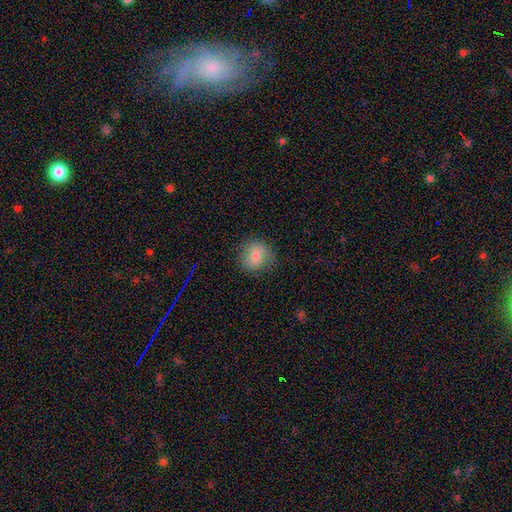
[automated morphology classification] Smooth or featured: smooth — 79% (featured or disk — 10%)
How rounded: round — 83% (in between — 16%)
Merging: none — 82% (minor disturbance — 13%)